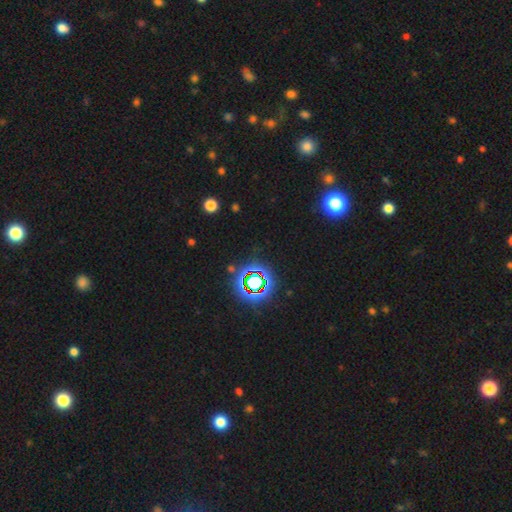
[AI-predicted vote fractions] Smooth or featured?
  - star or artifact: 79% *
  - smooth: 13%
  - featured or disk: 8%